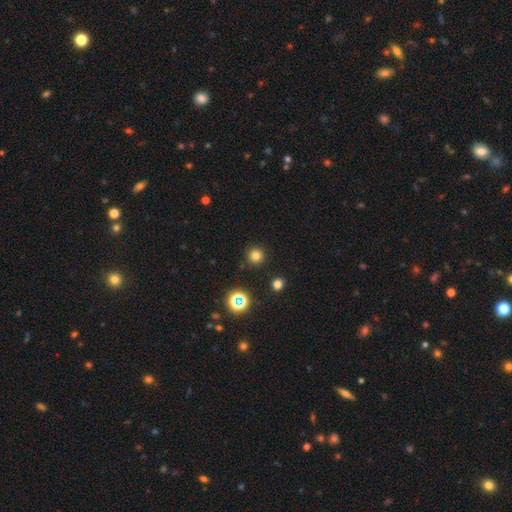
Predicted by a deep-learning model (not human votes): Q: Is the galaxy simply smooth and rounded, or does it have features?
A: smooth — 76%.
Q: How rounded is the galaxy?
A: round — 95%.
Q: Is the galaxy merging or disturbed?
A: none — 90%.